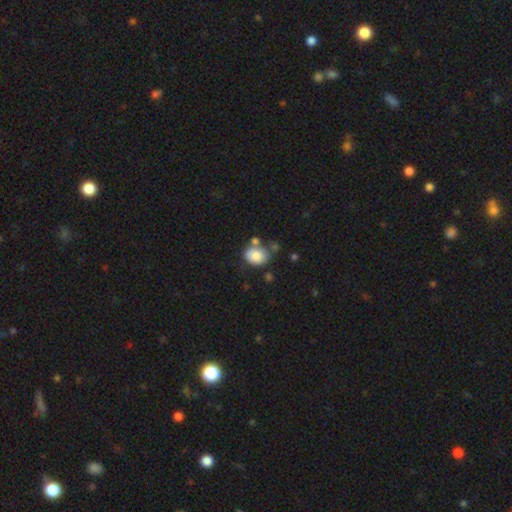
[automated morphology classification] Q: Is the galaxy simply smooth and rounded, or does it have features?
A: smooth — 84%.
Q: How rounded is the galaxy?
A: in between — 58%.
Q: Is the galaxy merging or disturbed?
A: none — 57%.